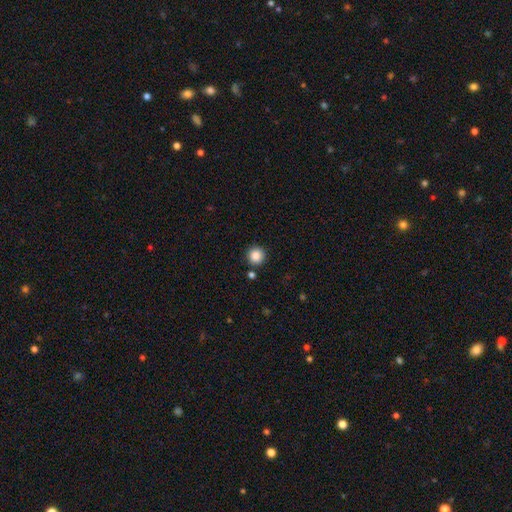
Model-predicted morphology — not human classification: This is clearly a smooth galaxy (87%). How rounded: clearly round (95%). Merging: clearly none (88%).